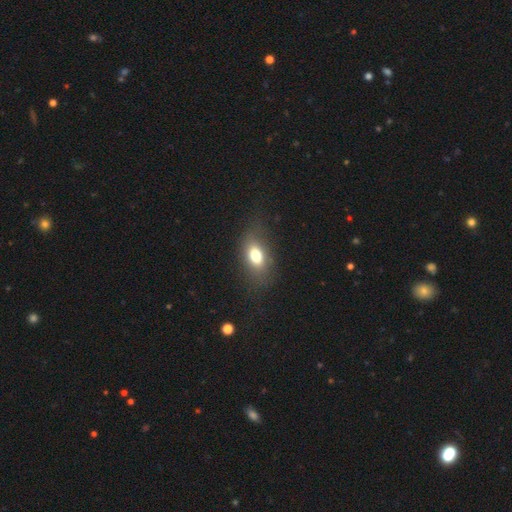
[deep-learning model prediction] The model was most divided on "smooth or featured": smooth: 73%, featured or disk: 17%, star or artifact: 10%. More confident: how rounded — in between (82%); merging — none (76%).